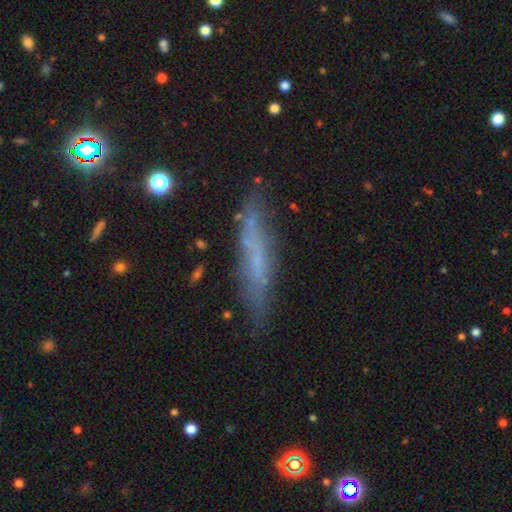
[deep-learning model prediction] The model was most divided on "smooth or featured": featured or disk: 46%, smooth: 43%, star or artifact: 11%. More confident: merging — none (75%).